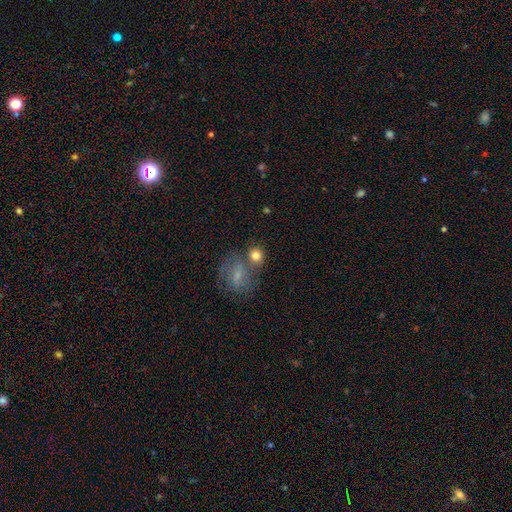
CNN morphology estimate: This appears to be a smooth galaxy with no disk features (80%) that is round (79%). Merging: none (56%).